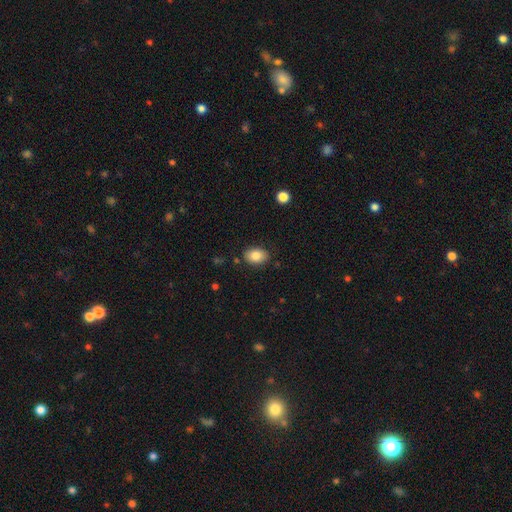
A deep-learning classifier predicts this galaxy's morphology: This is clearly a smooth galaxy (84%). How rounded: likely in between (78%). Merging: clearly none (85%).